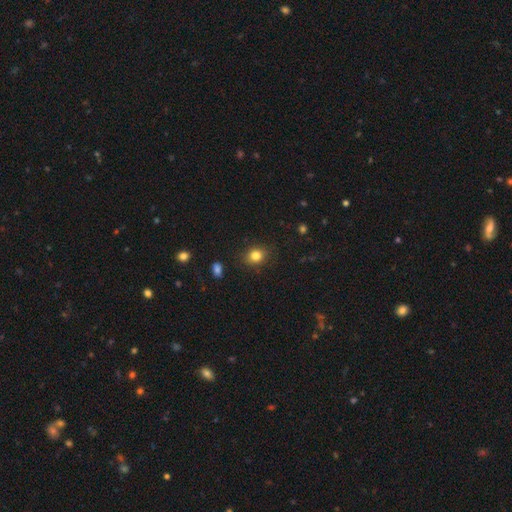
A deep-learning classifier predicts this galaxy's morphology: type=smooth (83%); roundness=round (59%); merging=none (87%).